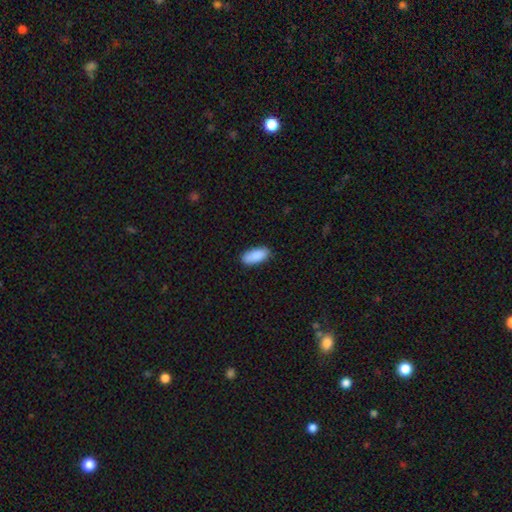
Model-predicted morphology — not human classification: Smooth or featured? smooth (90%)
How rounded? in between (87%)
Merging? none (86%)